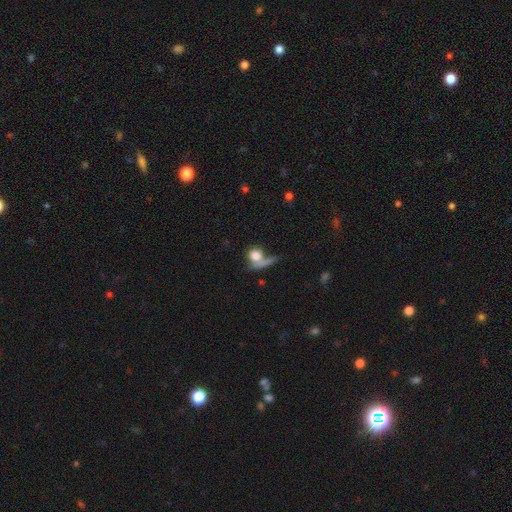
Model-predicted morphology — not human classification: Smooth or featured? smooth (74%)
How rounded? round (72%)
Merging? none (42%)